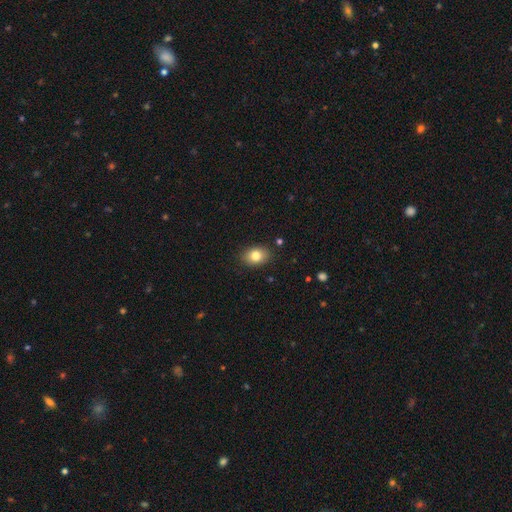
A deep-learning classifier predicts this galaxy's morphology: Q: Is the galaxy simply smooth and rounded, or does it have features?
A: smooth — 82%.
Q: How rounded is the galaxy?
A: in between — 75%.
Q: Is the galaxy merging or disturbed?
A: none — 87%.